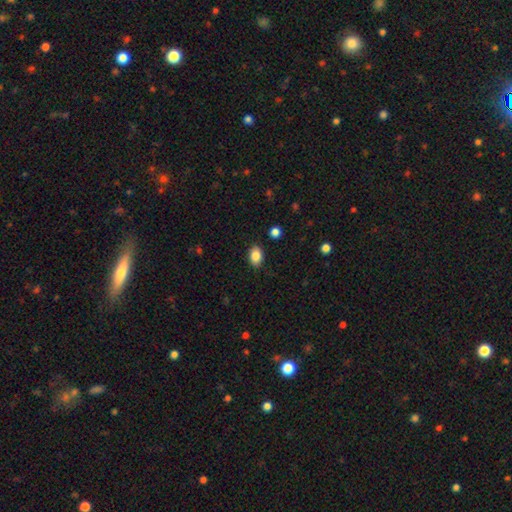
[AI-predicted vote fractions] This appears to be a smooth galaxy with no disk features (87%) that is in between round and cigar-shaped (81%). Merging: none (87%).